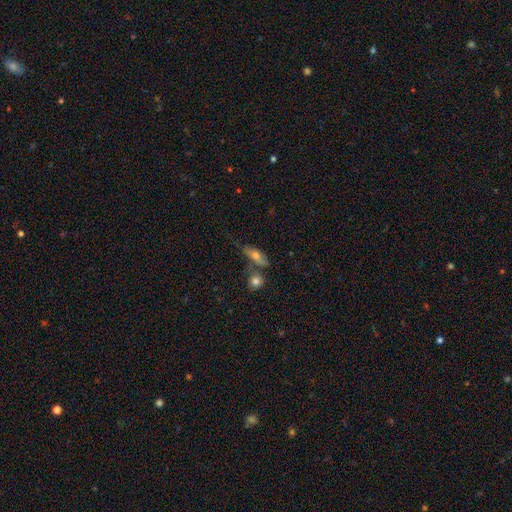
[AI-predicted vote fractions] Overall: smooth (64%; featured or disk 29%). How rounded: in between (61%; cigar-shaped 34%). Merging: none (54%; minor disturbance 20%).